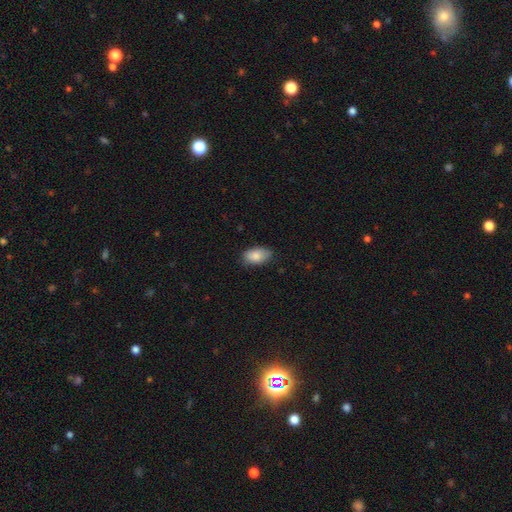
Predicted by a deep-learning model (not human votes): Smooth or featured: smooth — 86% (featured or disk — 7%)
How rounded: in between — 92% (round — 6%)
Merging: none — 77% (minor disturbance — 19%)